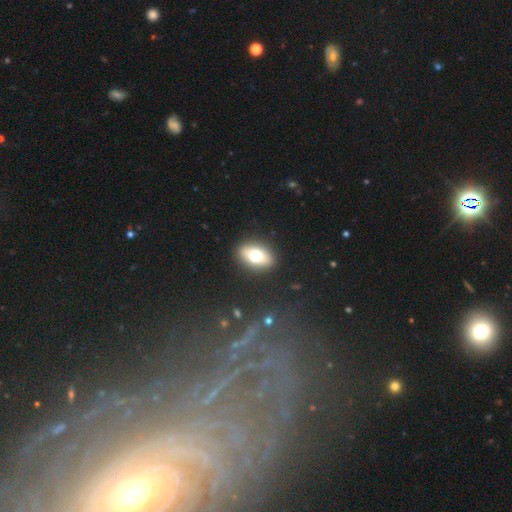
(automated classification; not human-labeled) Overall: smooth (64%; featured or disk 27%). How rounded: in between (80%). Merging: none (89%).